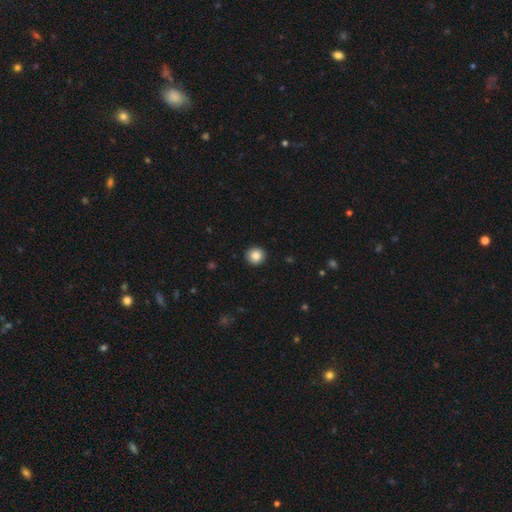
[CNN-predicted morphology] smooth 86%, star or artifact 9%, featured or disk 5%. Down the decision tree: how rounded — round (93%); merging — none (92%).